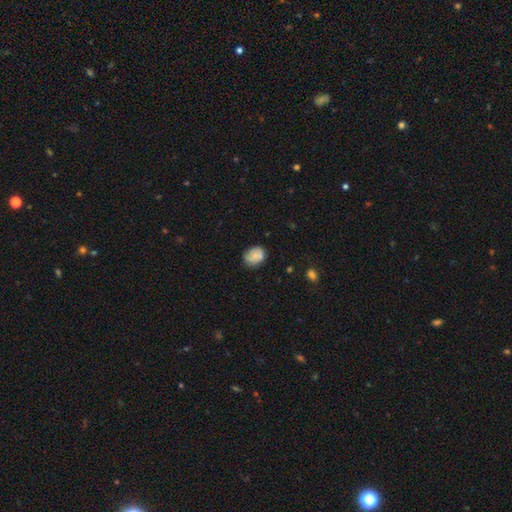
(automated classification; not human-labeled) A smooth galaxy with no disk features (71%) that is in between round and cigar-shaped (58%). Merging: none (66%).